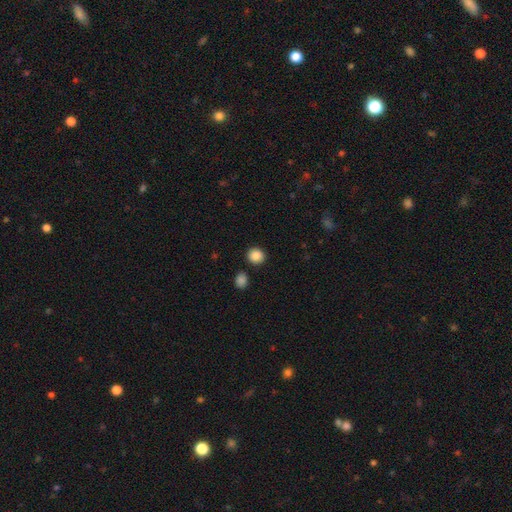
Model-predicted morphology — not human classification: smooth-or-featured: smooth: 87% | star or artifact: 9% | featured or disk: 4%
  how-rounded: round: 88% | in between: 12% | cigar-shaped: 1%
  merging: none: 87% | minor disturbance: 7% | merger: 4% | major disturbance: 2%